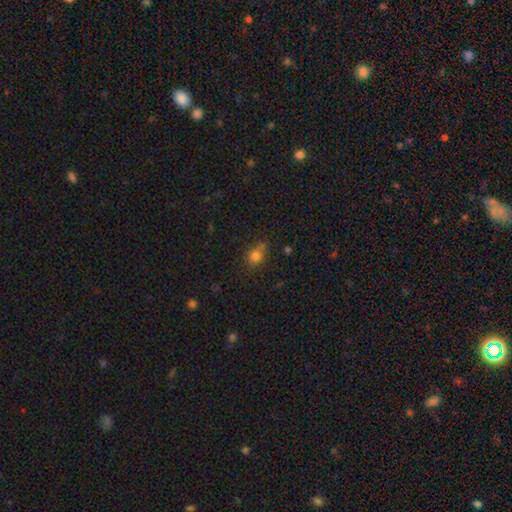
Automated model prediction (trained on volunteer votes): smooth_or_featured: smooth (p=0.76) [alt: star or artifact p=0.15]
how_rounded: round (p=0.52) [alt: in between p=0.46]
merging: none (p=0.61) [alt: minor disturbance p=0.24]